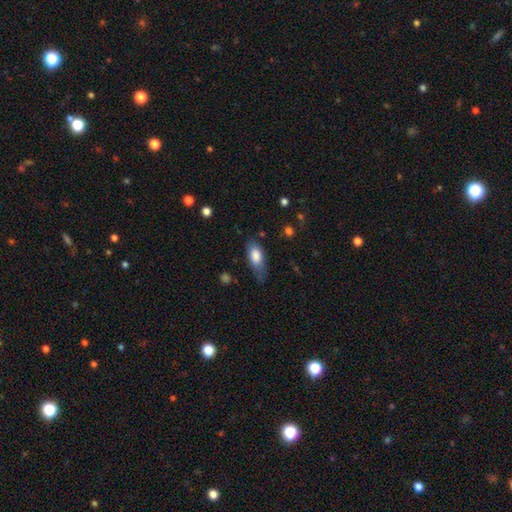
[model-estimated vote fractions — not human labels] This is likely a smooth galaxy (79%). How rounded: clearly in between (81%). Merging: possibly none (52%).